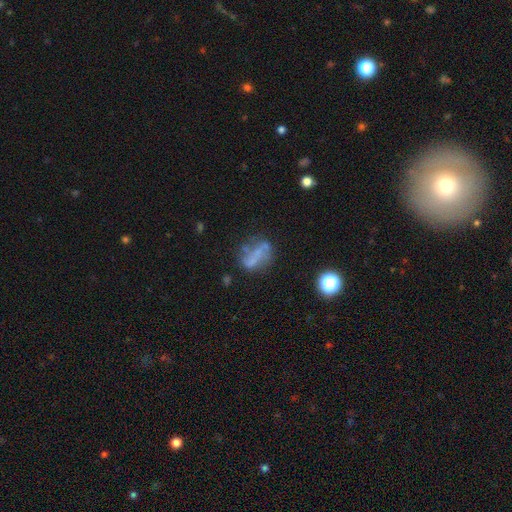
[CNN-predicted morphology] Q: Smooth or featured?
A: featured or disk (47%); runner-up: smooth (36%)
Q: Merging?
A: none (47%); runner-up: minor disturbance (22%)